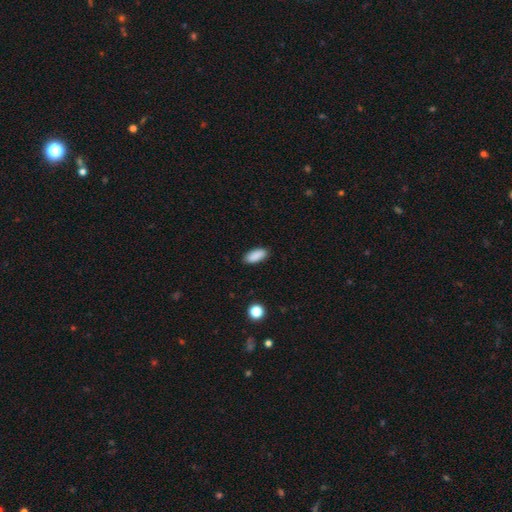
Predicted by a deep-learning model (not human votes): A smooth galaxy with no disk features (89%) that is in between round and cigar-shaped (86%). Merging: none (88%).